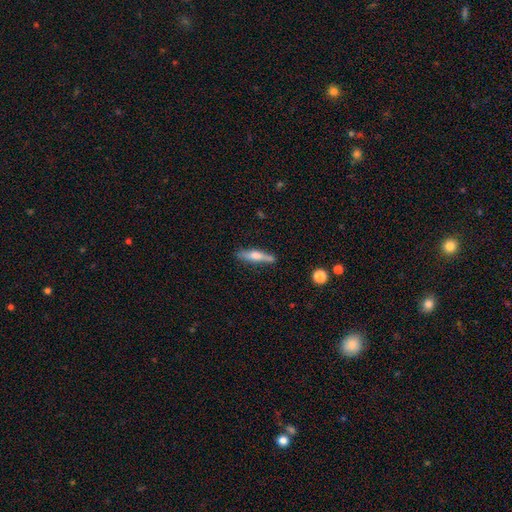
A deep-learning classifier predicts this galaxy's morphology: smooth-or-featured: smooth: 50% | featured or disk: 44% | star or artifact: 6%
  merging: none: 75% | minor disturbance: 16% | merger: 5% | major disturbance: 4%